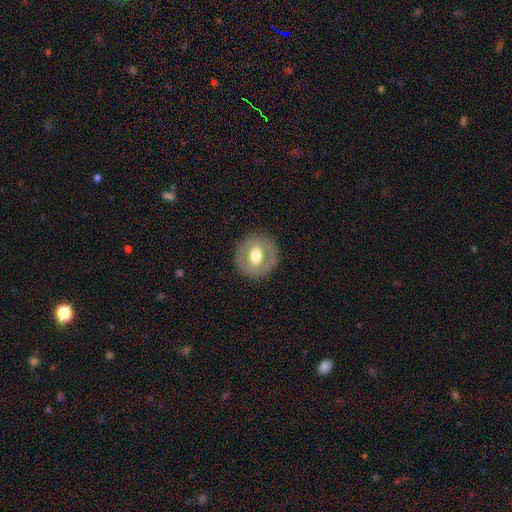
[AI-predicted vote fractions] The model was most divided on "smooth or featured" (2-way tie): smooth: 47%, featured or disk: 47%, star or artifact: 7%. More confident: merging — none (86%).